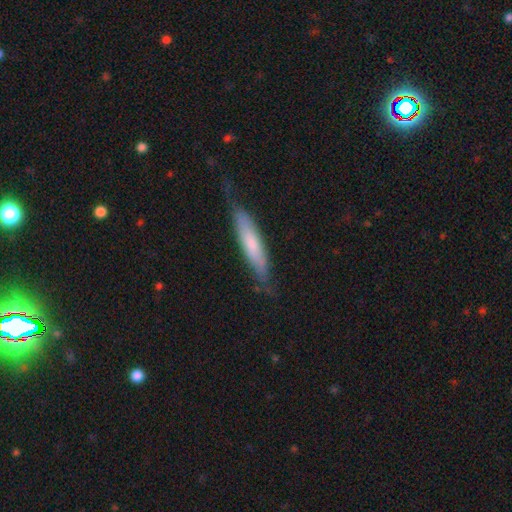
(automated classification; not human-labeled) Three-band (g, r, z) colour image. It shows a smooth galaxy with no disk features (65%) that is cigar-shaped (77%). Merging: none (72%).